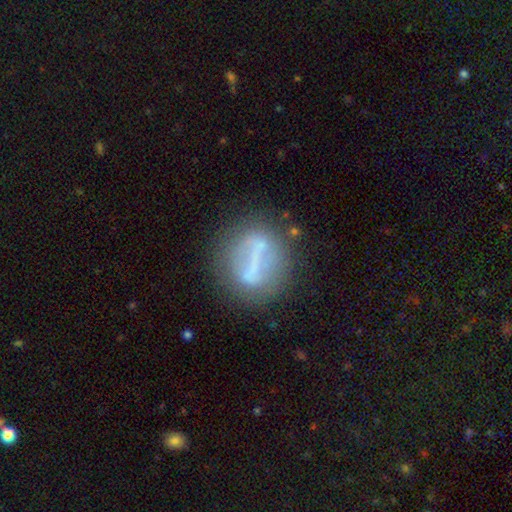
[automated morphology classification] smooth_or_featured: featured or disk (p=0.55) [alt: smooth p=0.34]
disk_edge_on: no (p=0.83) [alt: yes p=0.17]
merging: none (p=0.69) [alt: minor disturbance p=0.15]